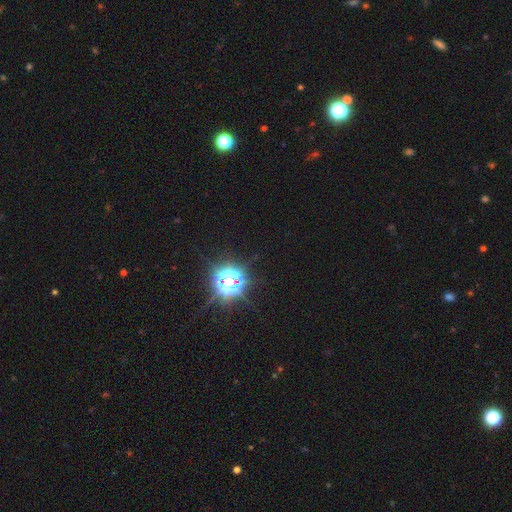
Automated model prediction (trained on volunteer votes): The model was most divided on "smooth or featured": star or artifact: 81%, smooth: 12%, featured or disk: 6%.